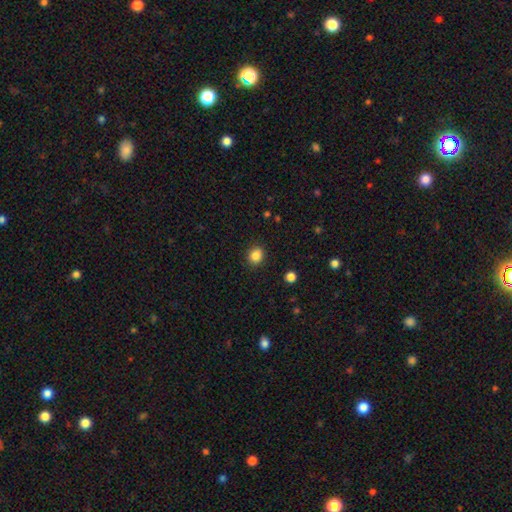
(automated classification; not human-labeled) Smooth or featured?
  - smooth: 86% *
  - star or artifact: 11%
  - featured or disk: 4%
How rounded?
  - round: 67% *
  - in between: 32%
  - cigar-shaped: 1%
Merging?
  - none: 89% *
  - minor disturbance: 8%
  - major disturbance: 2%
  - merger: 1%